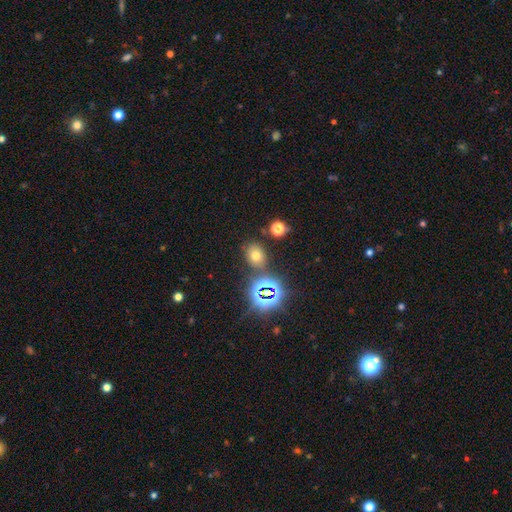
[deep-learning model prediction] Overall: smooth (61%; star or artifact 29%). How rounded: in between (53%; round 45%). Merging: none (80%).